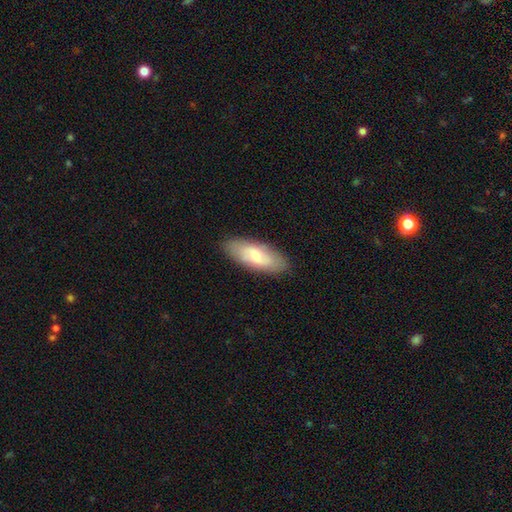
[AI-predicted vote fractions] smooth 64%, featured or disk 30%, star or artifact 6%. Down the decision tree: how rounded — in between (78%); merging — none (85%).